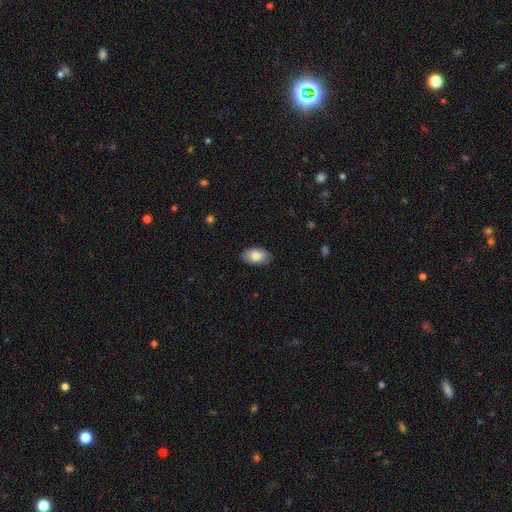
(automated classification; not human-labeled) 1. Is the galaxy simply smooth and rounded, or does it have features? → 83% smooth, 10% featured or disk, 6% star or artifact.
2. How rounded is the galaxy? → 93% in between, 6% round, 1% cigar-shaped.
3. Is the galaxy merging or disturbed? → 86% none, 11% minor disturbance, 2% major disturbance, 1% merger.